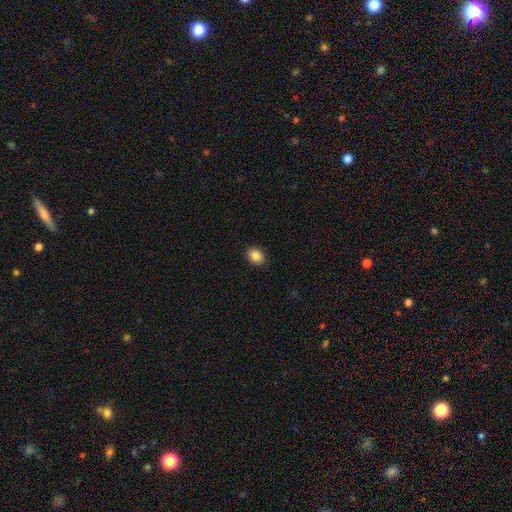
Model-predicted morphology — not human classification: smooth_or_featured: smooth (p=0.86) [alt: star or artifact p=0.09]
how_rounded: in between (p=0.65) [alt: round p=0.34]
merging: none (p=0.90) [alt: minor disturbance p=0.07]